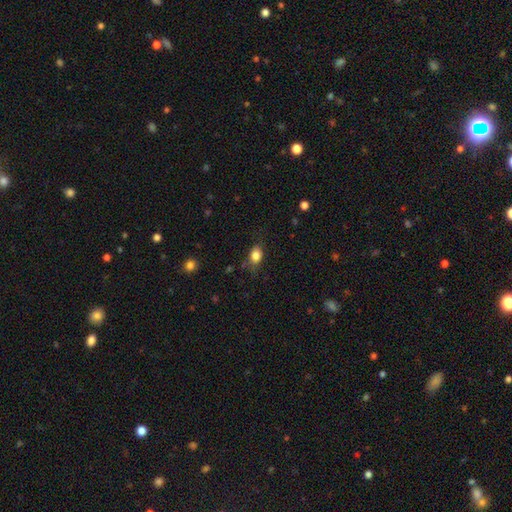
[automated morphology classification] Smooth or featured? smooth (83%)
How rounded? in between (73%)
Merging? none (73%)